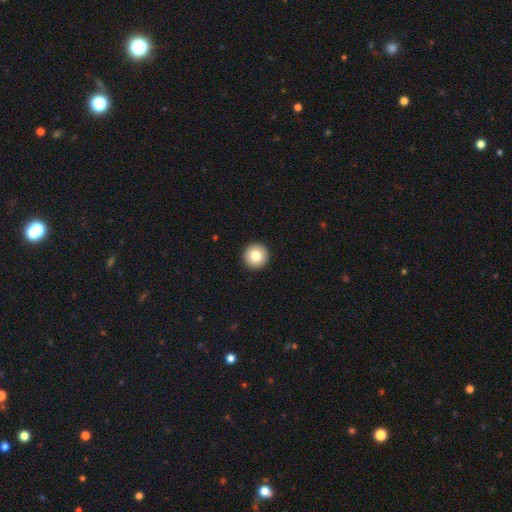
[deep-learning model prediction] Q: Smooth or featured?
A: smooth (81%); runner-up: featured or disk (11%)
Q: How rounded?
A: round (97%); runner-up: in between (2%)
Q: Merging?
A: none (94%); runner-up: minor disturbance (4%)